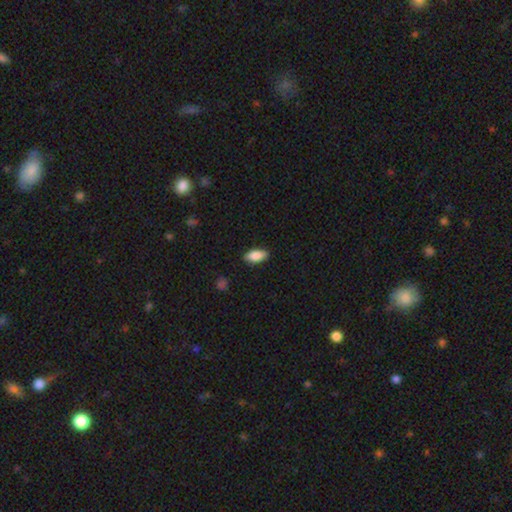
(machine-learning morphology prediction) The model was most divided on "merging": none: 87%, minor disturbance: 10%, major disturbance: 2%, merger: 1%. More confident: how rounded — in between (89%); smooth or featured — smooth (88%).